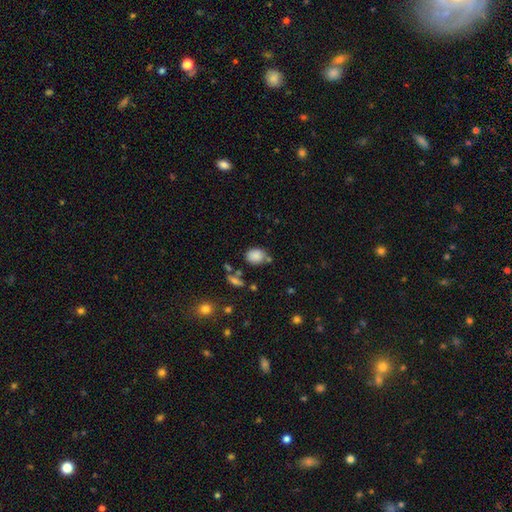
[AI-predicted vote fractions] A smooth galaxy with no disk features (84%) that is in between round and cigar-shaped (50%). Merging: none (64%).